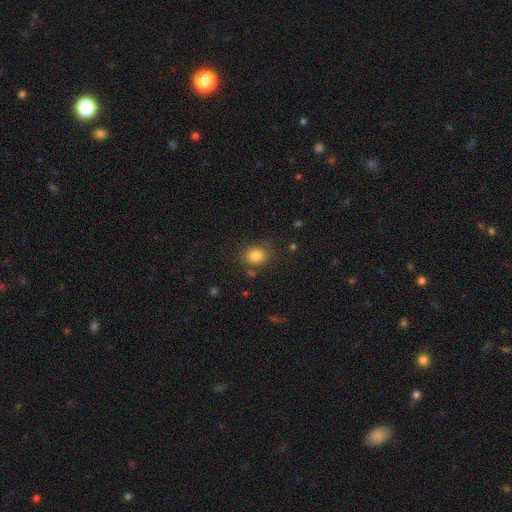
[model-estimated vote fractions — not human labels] Overall: smooth (82%). How rounded: round (56%; in between 43%). Merging: none (74%).